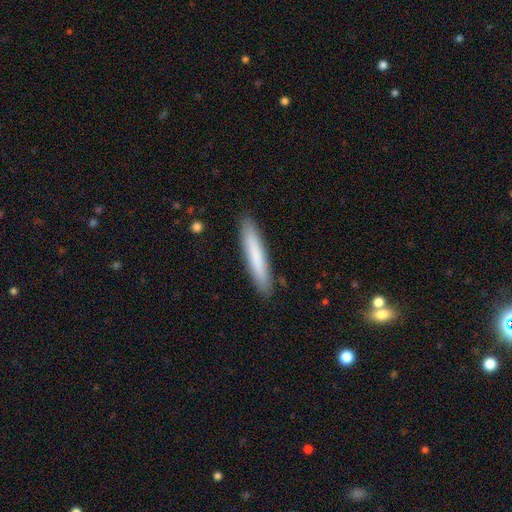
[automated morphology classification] A smooth galaxy with no disk features (77%) that is cigar-shaped (93%). Merging: none (89%).